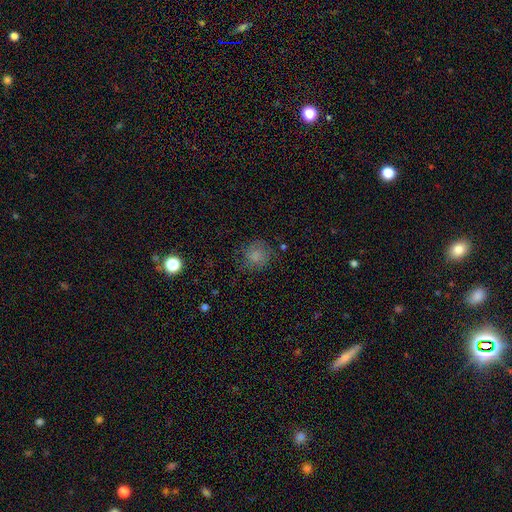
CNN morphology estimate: A smooth galaxy with no disk features (78%) that is round (86%).

Vote fractions:
- Smooth or featured? smooth: 78% / star or artifact: 13% / featured or disk: 8%
- How rounded? round: 86% / in between: 13% / cigar-shaped: 1%
- Merging? none: 73% / minor disturbance: 18% / major disturbance: 7% / merger: 2%